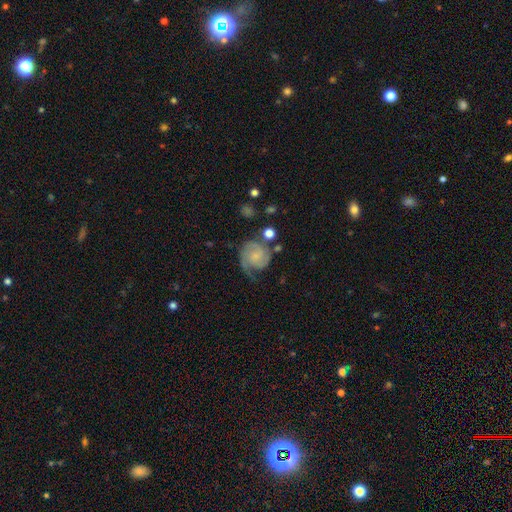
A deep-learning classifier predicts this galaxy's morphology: Overall: featured or disk (67%). Edge-on disk: no (98%). Bar: no (68%). Spiral arms: yes (92%). Spiral arm count: 2 (54%; can't tell 17%). Spiral winding: tight (46%; medium 38%). Bulge size: small (55%; none 22%). Merging: none (52%; minor disturbance 24%).